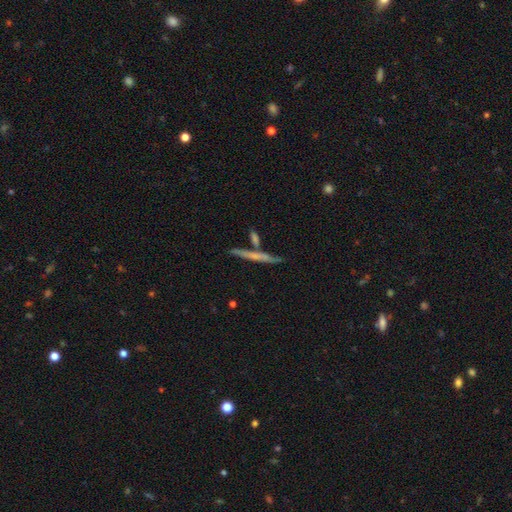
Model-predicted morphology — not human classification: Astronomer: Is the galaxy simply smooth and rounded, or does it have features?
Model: featured or disk — 47% (runner-up: smooth, 46%).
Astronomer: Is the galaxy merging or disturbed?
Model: none — 77%.